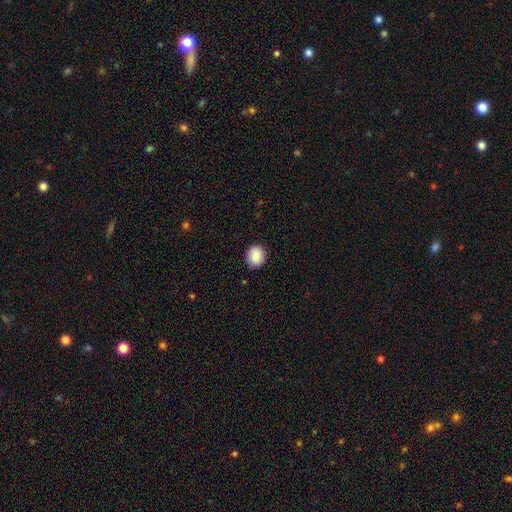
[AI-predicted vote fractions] A smooth galaxy with no disk features (89%) that is round (68%).

Vote fractions:
- Smooth or featured? smooth: 89% / star or artifact: 8% / featured or disk: 3%
- How rounded? round: 68% / in between: 31% / cigar-shaped: 1%
- Merging? none: 89% / minor disturbance: 8% / major disturbance: 2% / merger: 1%